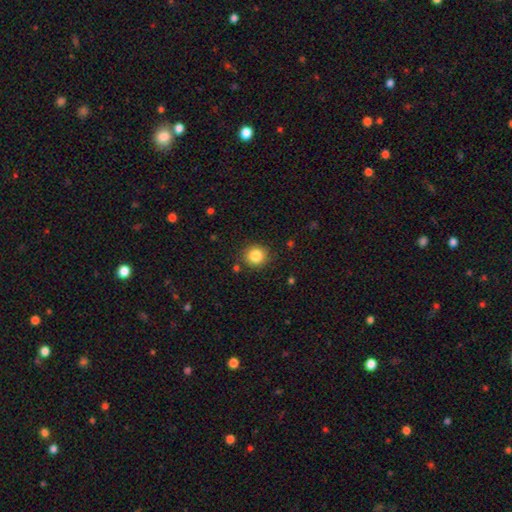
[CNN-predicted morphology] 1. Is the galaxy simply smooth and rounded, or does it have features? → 85% smooth, 10% star or artifact, 5% featured or disk.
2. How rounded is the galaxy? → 88% round, 11% in between, 1% cigar-shaped.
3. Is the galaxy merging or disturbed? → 87% none, 8% minor disturbance, 3% major disturbance, 2% merger.